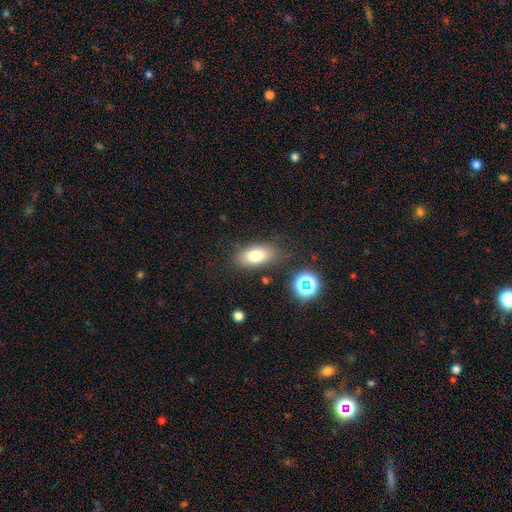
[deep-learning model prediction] Smooth or featured?
  - smooth: 76% *
  - featured or disk: 14%
  - star or artifact: 11%
How rounded?
  - in between: 86% *
  - round: 7%
  - cigar-shaped: 7%
Merging?
  - none: 79% *
  - minor disturbance: 13%
  - major disturbance: 4%
  - merger: 3%